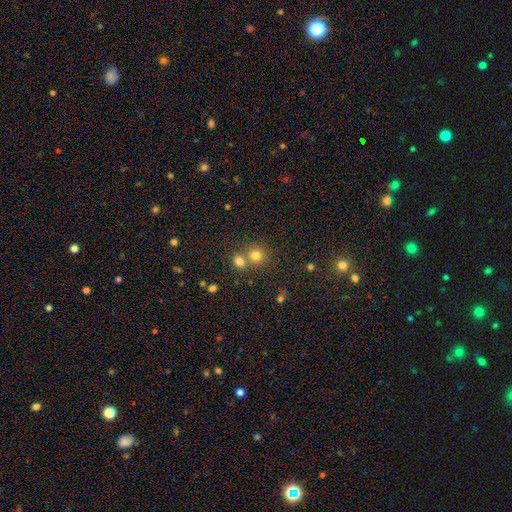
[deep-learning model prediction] smooth-or-featured: smooth: 75% | star or artifact: 16% | featured or disk: 8%
  how-rounded: round: 88% | in between: 11% | cigar-shaped: 1%
  merging: none: 53% | merger: 39% | minor disturbance: 6% | major disturbance: 2%